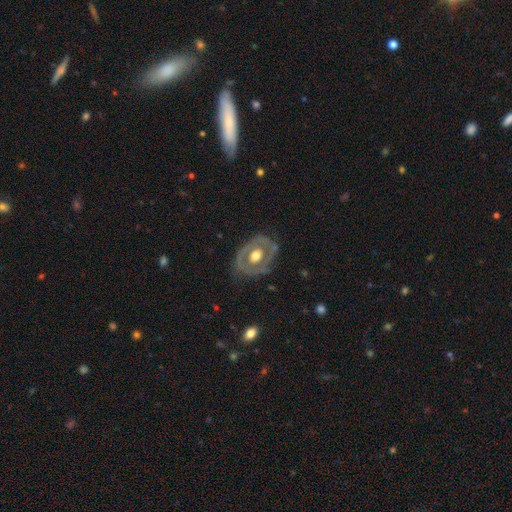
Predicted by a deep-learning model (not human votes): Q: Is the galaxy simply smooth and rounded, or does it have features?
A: featured or disk — 67%.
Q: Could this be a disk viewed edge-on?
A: no — 94%.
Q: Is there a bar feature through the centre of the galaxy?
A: no — 80%.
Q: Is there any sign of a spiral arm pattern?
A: no — 75%.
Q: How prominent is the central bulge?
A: moderate — 59%.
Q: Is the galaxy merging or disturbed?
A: none — 70%.